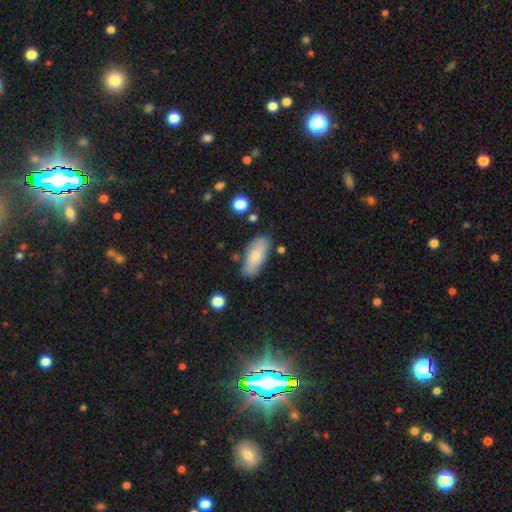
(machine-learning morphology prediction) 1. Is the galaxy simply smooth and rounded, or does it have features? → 73% smooth, 20% featured or disk, 7% star or artifact.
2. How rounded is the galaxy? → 86% in between, 11% cigar-shaped, 3% round.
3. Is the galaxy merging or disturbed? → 69% none, 22% minor disturbance, 5% major disturbance, 5% merger.